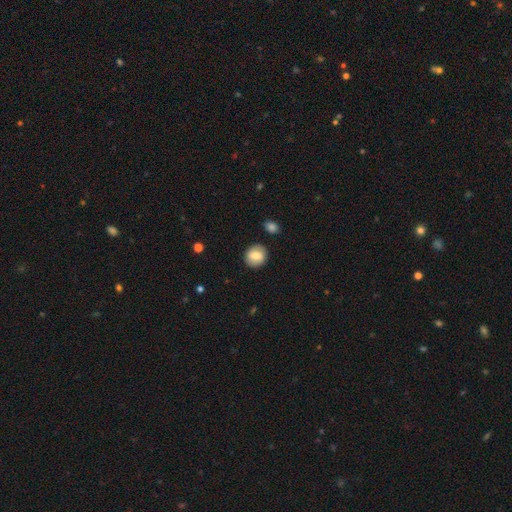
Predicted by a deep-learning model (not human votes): Q: Smooth or featured?
A: smooth (76%); runner-up: featured or disk (16%)
Q: How rounded?
A: round (77%); runner-up: in between (22%)
Q: Merging?
A: none (88%); runner-up: minor disturbance (8%)